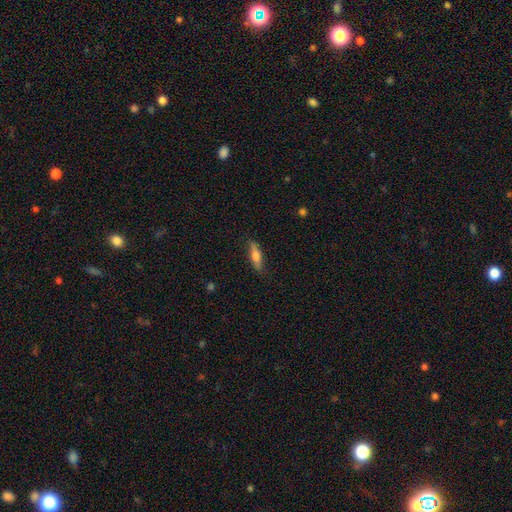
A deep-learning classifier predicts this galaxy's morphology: Smooth or featured?
  - smooth: 69% *
  - featured or disk: 25%
  - star or artifact: 6%
How rounded?
  - cigar-shaped: 64% *
  - in between: 34%
  - round: 2%
Merging?
  - none: 81% *
  - minor disturbance: 15%
  - major disturbance: 3%
  - merger: 1%